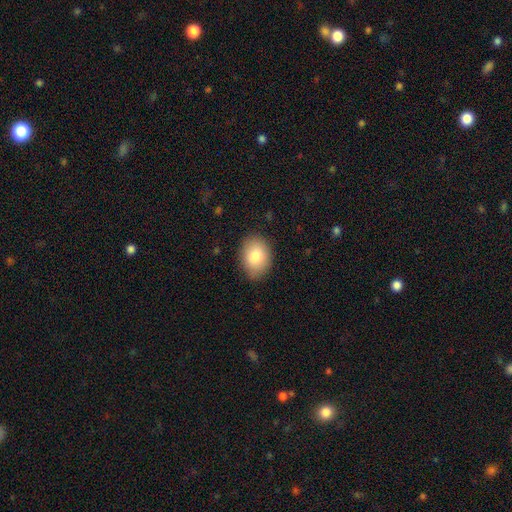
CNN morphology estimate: Overall: smooth (83%). How rounded: in between (76%). Merging: none (84%).